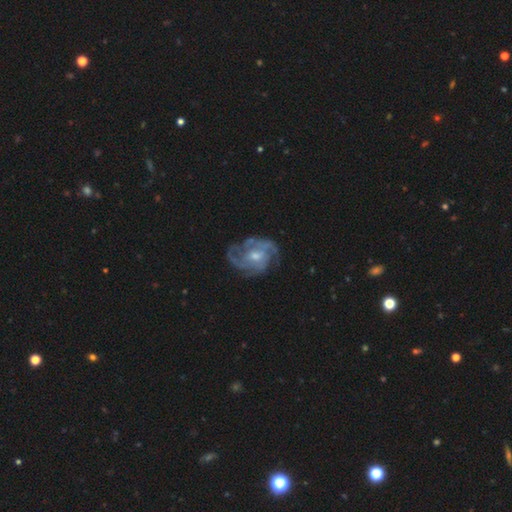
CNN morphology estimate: Smooth or featured? Predicted: featured or disk (p=0.85). Edge-on disk? Predicted: no (p=0.97). Bar? Predicted: no (p=0.54). Spiral arms? Predicted: yes (p=0.93). Spiral winding? Predicted: tight (p=0.45). Spiral arm count? Predicted: 3 (p=0.33). Bulge size? Predicted: moderate (p=0.55). Merging? Predicted: none (p=0.70).